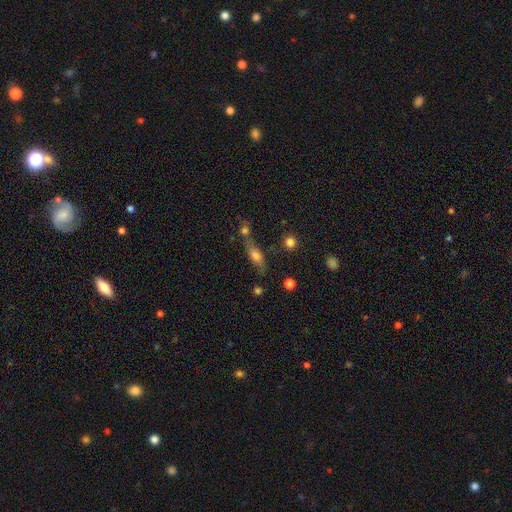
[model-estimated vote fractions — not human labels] A smooth galaxy with no disk features (62%) that is in between round and cigar-shaped (55%). Merging: none (55%).